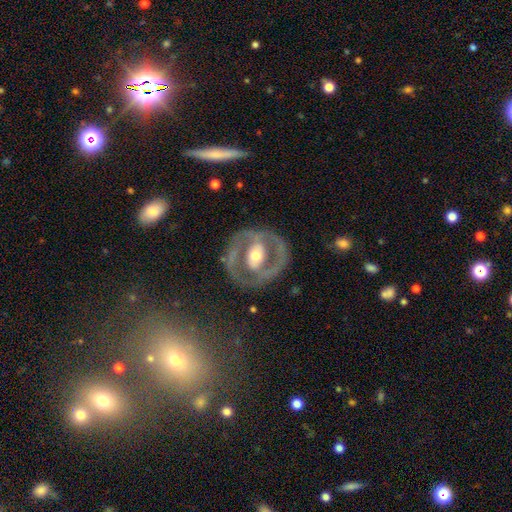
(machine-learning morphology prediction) Smooth or featured?
  - featured or disk: 76% *
  - smooth: 19%
  - star or artifact: 5%
Edge-on disk?
  - no: 95% *
  - yes: 5%
Bar?
  - no: 38% *
  - strong: 33%
  - weak: 30%
Spiral arms?
  - no: 56% *
  - yes: 44%
Bulge size?
  - moderate: 69% *
  - large: 14%
  - small: 14%
  - dominant: 1%
  - none: 1%
Merging?
  - none: 74% *
  - minor disturbance: 14%
  - major disturbance: 10%
  - merger: 2%